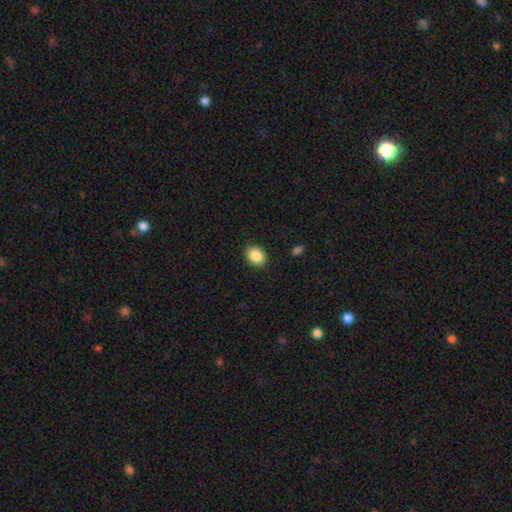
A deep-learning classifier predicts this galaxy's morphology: smooth_or_featured: smooth (p=0.87) [alt: star or artifact p=0.08]
how_rounded: in between (p=0.64) [alt: round p=0.35]
merging: none (p=0.89) [alt: minor disturbance p=0.07]